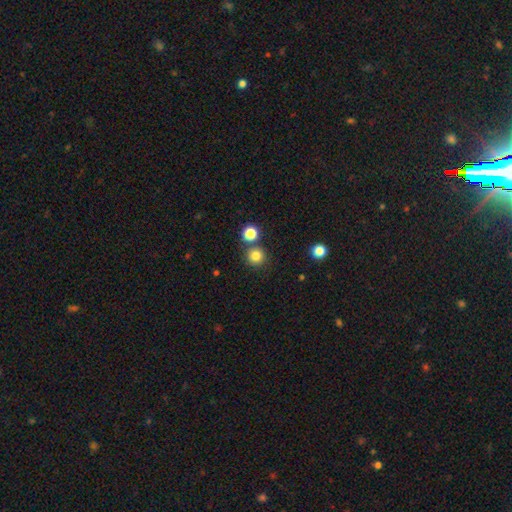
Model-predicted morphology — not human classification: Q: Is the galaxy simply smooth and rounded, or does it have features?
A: smooth — 82%.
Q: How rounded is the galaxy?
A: round — 94%.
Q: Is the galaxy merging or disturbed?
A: none — 80%.